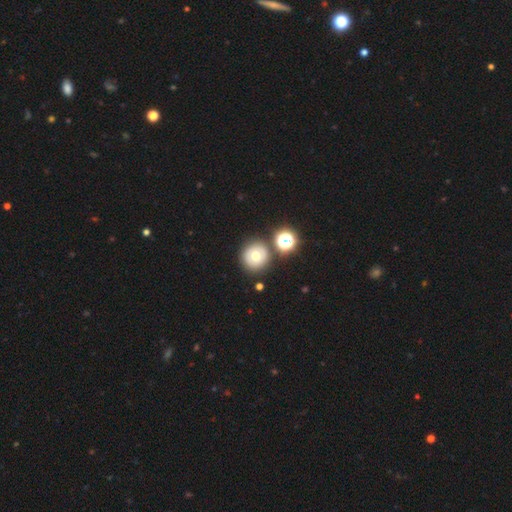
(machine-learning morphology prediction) smooth 61%, featured or disk 24%, star or artifact 14%. Down the decision tree: how rounded — round (93%); merging — none (79%).